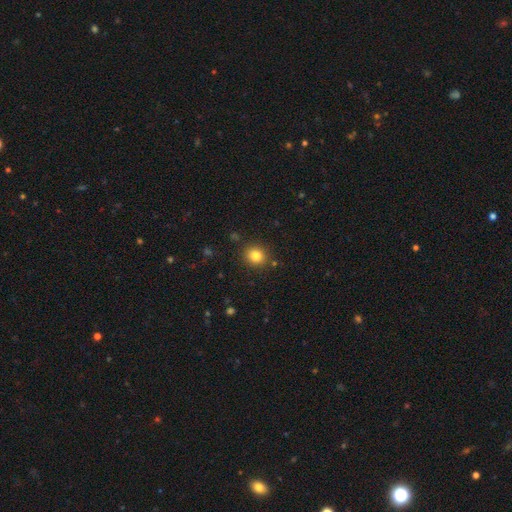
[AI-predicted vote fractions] This is clearly a smooth galaxy (81%). How rounded: clearly round (84%). Merging: clearly none (88%).